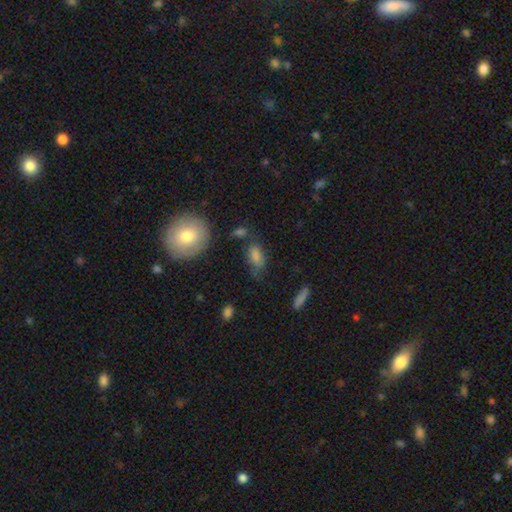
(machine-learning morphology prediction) smooth 76%, featured or disk 13%, star or artifact 11%. Down the decision tree: how rounded — in between (84%); merging — none (57%).